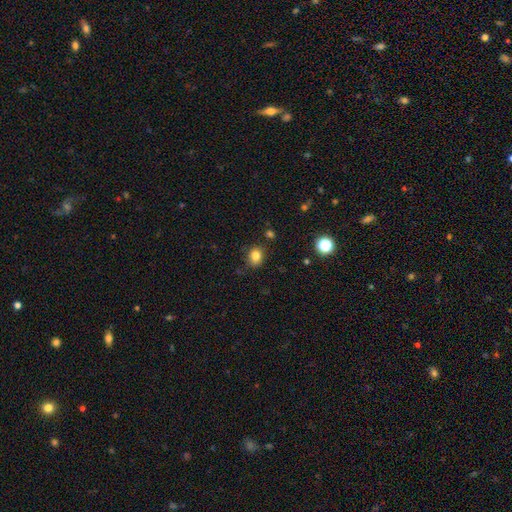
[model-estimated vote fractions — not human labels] Smooth or featured? Predicted: smooth (p=0.82). How rounded? Predicted: round (p=0.57). Merging? Predicted: none (p=0.81).